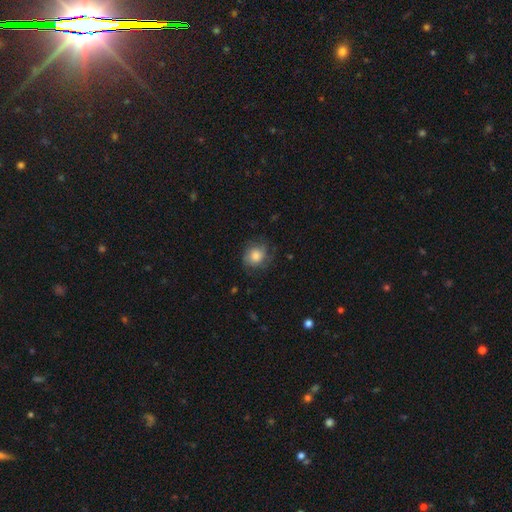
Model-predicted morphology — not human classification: Smooth or featured? smooth (68%)
How rounded? round (75%)
Merging? none (69%)